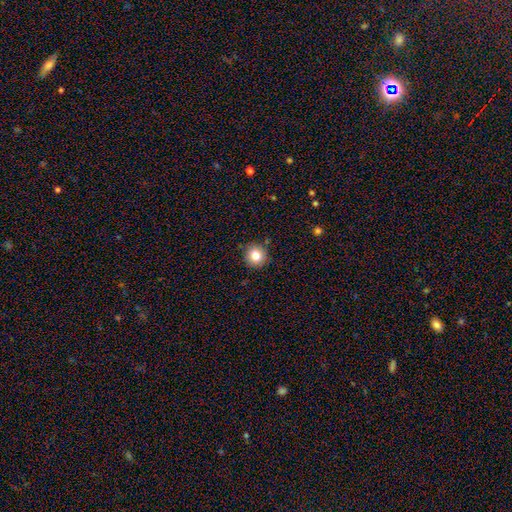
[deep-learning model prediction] Morphology: type=smooth (81%); roundness=round (93%); merging=none (89%).